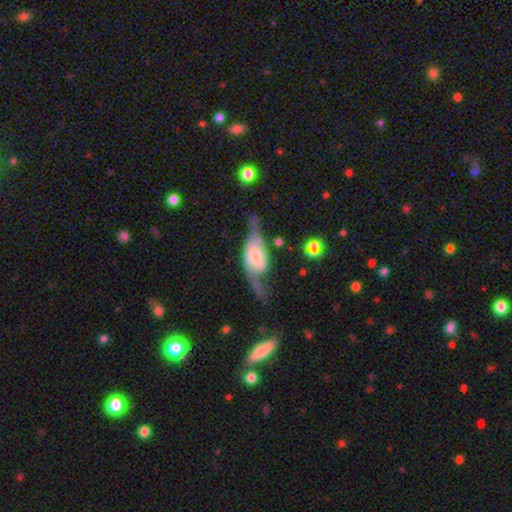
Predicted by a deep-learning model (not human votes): Smooth or featured: featured or disk — 69% (smooth — 24%)
Edge-on disk: no — 78% (yes — 22%)
Bar: no — 55% (weak — 33%)
Spiral arms: yes — 80% (no — 20%)
Bulge size: moderate — 34% (small — 32%)
Merging: none — 34% (major disturbance — 33%)